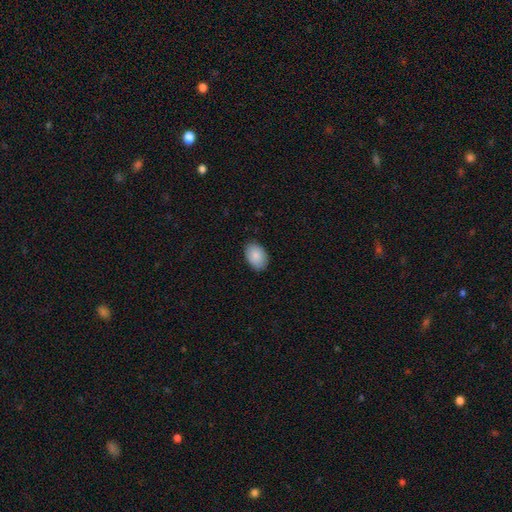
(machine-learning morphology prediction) This is clearly a smooth galaxy (89%). How rounded: clearly in between (86%). Merging: clearly none (87%).